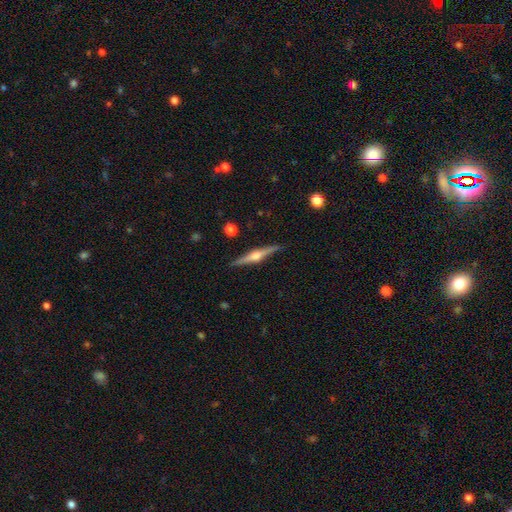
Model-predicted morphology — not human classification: This is likely a featured or disk galaxy (79%). It is clearly viewed edge-on (98%). Edge-on bulge: clearly rounded (91%). Merging: clearly none (89%).